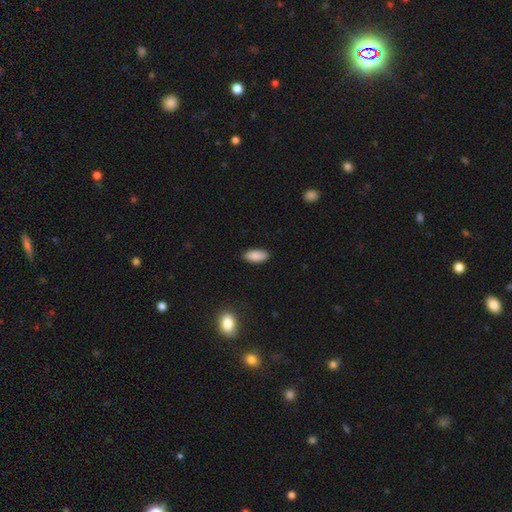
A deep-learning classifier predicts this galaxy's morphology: smooth_or_featured: smooth (p=0.90) [alt: star or artifact p=0.06]
how_rounded: in between (p=0.89) [alt: cigar-shaped p=0.09]
merging: none (p=0.88) [alt: minor disturbance p=0.09]